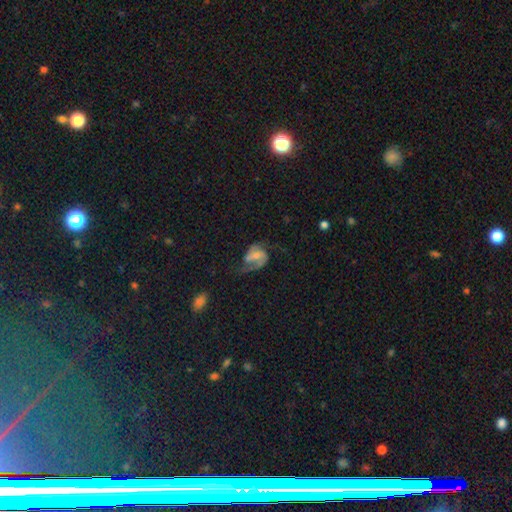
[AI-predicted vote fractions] featured or disk 76%, smooth 17%, star or artifact 7%. Down the decision tree: edge-on disk — no (98%); bar — weak (45%); spiral arms — yes (92%); spiral arm count — 2 (82%); spiral winding — medium (47%); bulge size — small (42%); merging — none (46%).